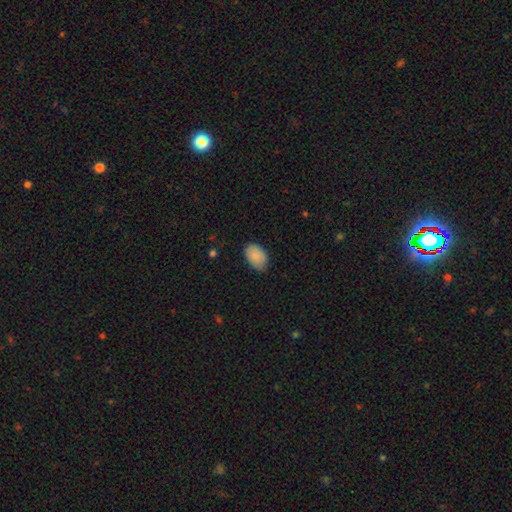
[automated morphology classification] Q: Smooth or featured?
A: smooth (89%); runner-up: star or artifact (6%)
Q: How rounded?
A: in between (90%); runner-up: round (8%)
Q: Merging?
A: none (81%); runner-up: minor disturbance (16%)